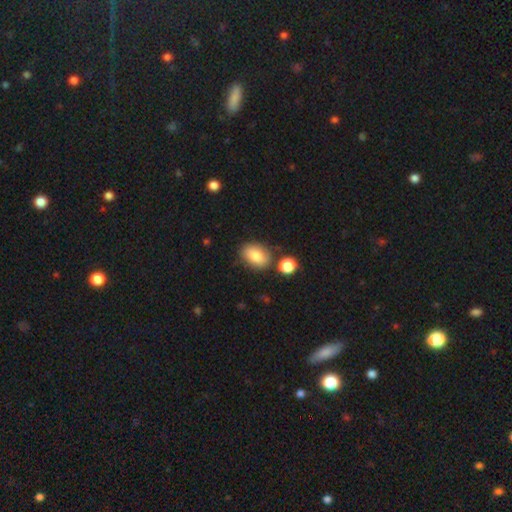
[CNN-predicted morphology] smooth_or_featured: smooth (p=0.82) [alt: featured or disk p=0.10]
how_rounded: in between (p=0.78) [alt: round p=0.20]
merging: none (p=0.72) [alt: minor disturbance p=0.14]